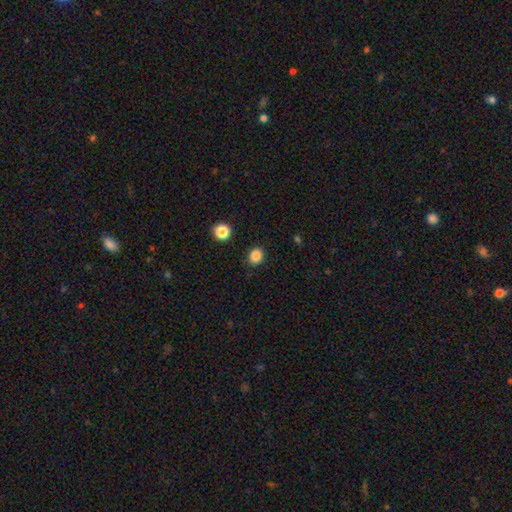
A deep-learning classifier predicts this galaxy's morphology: Smooth or featured? smooth (86%)
How rounded? round (57%)
Merging? none (87%)